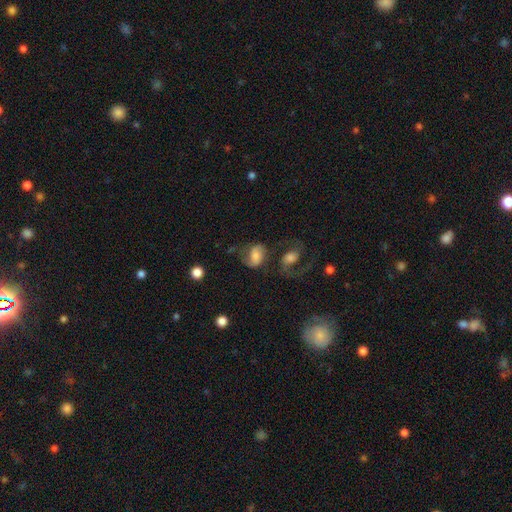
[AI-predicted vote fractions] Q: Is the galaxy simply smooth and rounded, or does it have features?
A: featured or disk — 51%.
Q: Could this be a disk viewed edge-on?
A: no — 97%.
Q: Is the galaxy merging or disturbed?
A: none — 39%.